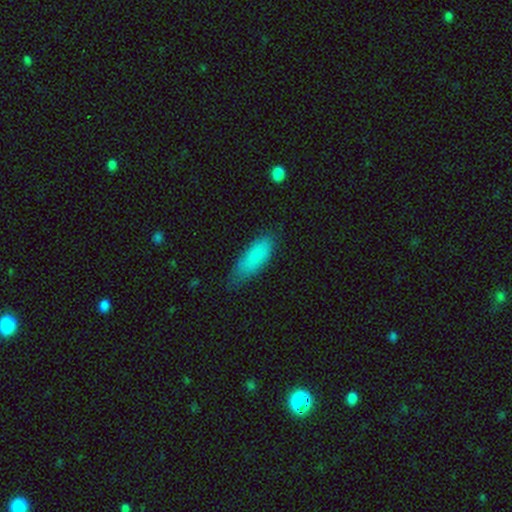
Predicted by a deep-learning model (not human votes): smooth 85%, featured or disk 9%, star or artifact 7%. Down the decision tree: how rounded — in between (65%); merging — none (68%).